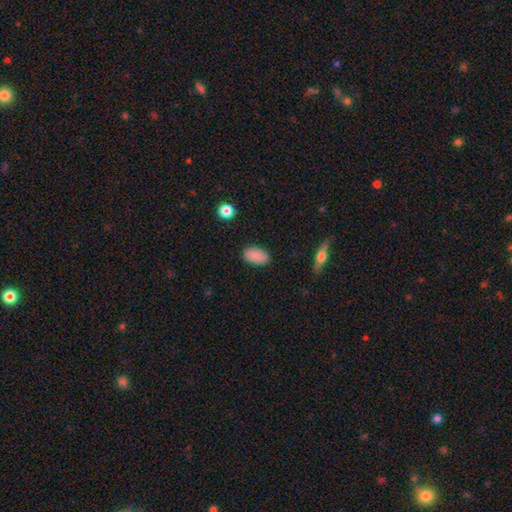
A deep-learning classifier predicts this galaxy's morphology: Smooth or featured? Predicted: smooth (p=0.88). How rounded? Predicted: in between (p=0.94). Merging? Predicted: none (p=0.87).